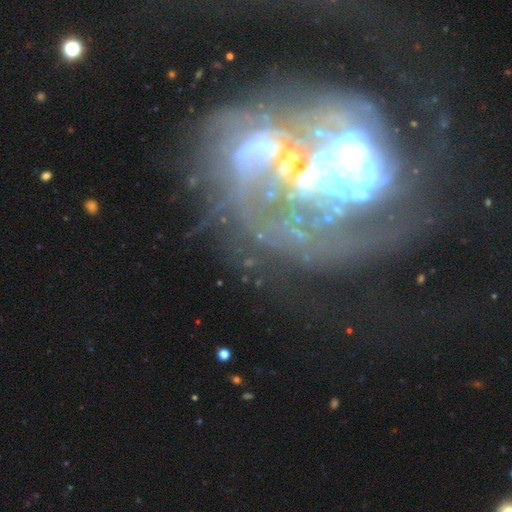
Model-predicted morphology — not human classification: Smooth or featured: featured or disk — 66% (star or artifact — 24%)
Edge-on disk: no — 97% (yes — 3%)
Bar: no — 68% (strong — 17%)
Spiral arms: yes — 54% (no — 46%)
Bulge size: none — 30% (moderate — 27%)
Merging: major disturbance — 42% (merger — 25%)